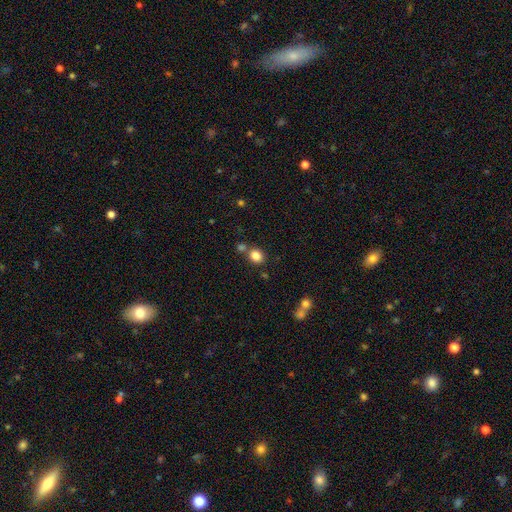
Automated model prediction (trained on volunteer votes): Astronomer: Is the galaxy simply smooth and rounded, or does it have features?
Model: smooth — 83%.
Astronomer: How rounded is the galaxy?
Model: round — 59% (runner-up: in between, 40%).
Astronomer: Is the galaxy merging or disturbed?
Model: none — 68%.